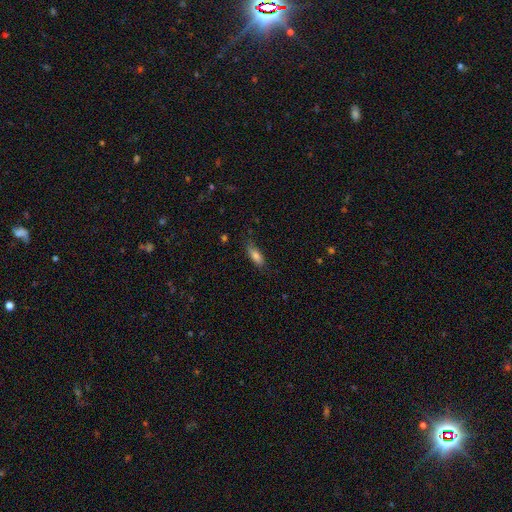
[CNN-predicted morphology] Q: Smooth or featured?
A: smooth (78%); runner-up: featured or disk (14%)
Q: How rounded?
A: in between (64%); runner-up: cigar-shaped (33%)
Q: Merging?
A: none (67%); runner-up: minor disturbance (25%)